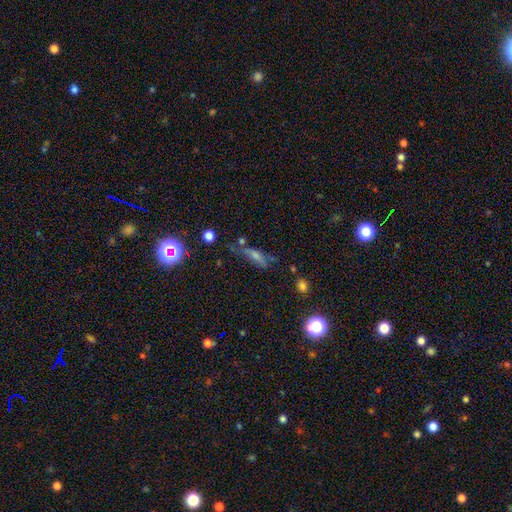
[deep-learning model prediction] A smooth galaxy with no disk features (53%) that is cigar-shaped (51%).

Vote fractions:
- Smooth or featured? smooth: 53% / featured or disk: 28% / star or artifact: 19%
- How rounded? cigar-shaped: 51% / in between: 43% / round: 6%
- Merging? none: 48% / minor disturbance: 25% / major disturbance: 17% / merger: 11%